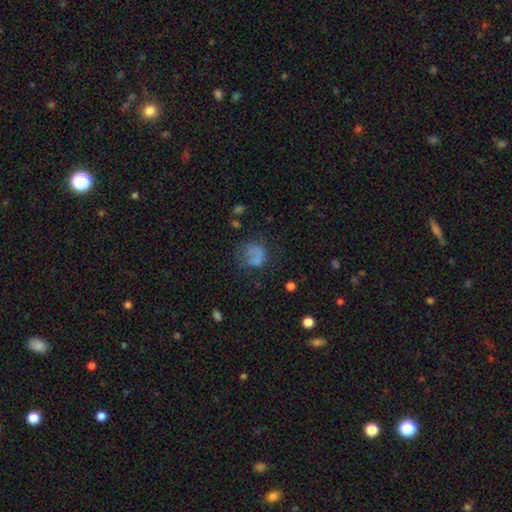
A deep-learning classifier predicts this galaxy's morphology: smooth-or-featured: smooth: 69% | featured or disk: 17% | star or artifact: 14%
  how-rounded: round: 69% | in between: 30% | cigar-shaped: 1%
  merging: none: 42% | major disturbance: 30% | minor disturbance: 23% | merger: 4%